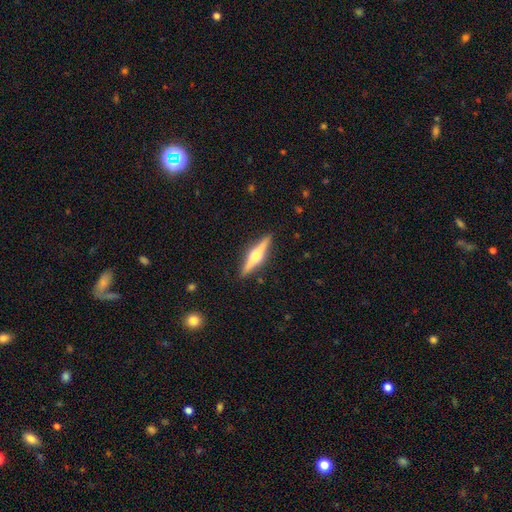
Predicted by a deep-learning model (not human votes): smooth_or_featured: featured or disk (p=0.72) [alt: smooth p=0.22]
disk_edge_on: yes (p=0.98) [alt: no p=0.02]
edge_on_bulge: rounded (p=0.95) [alt: boxy p=0.03]
merging: none (p=0.90) [alt: minor disturbance p=0.07]